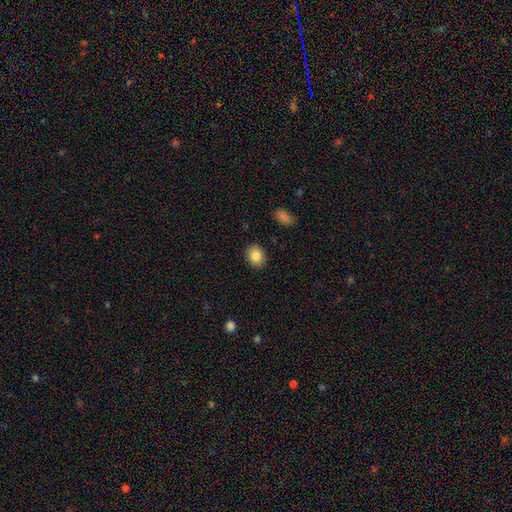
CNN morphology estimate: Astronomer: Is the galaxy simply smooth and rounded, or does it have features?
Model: smooth — 85%.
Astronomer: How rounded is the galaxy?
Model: in between — 51% (runner-up: round, 48%).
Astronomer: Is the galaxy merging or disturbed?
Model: none — 89%.